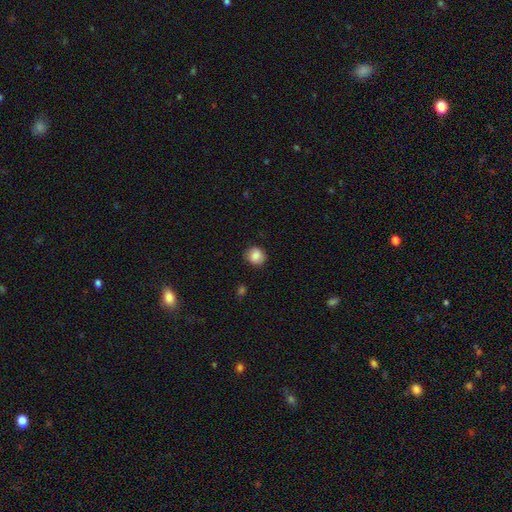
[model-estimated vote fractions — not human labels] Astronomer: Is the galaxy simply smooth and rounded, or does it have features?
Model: smooth — 86%.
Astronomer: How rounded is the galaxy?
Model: round — 82%.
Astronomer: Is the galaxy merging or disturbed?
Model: none — 85%.